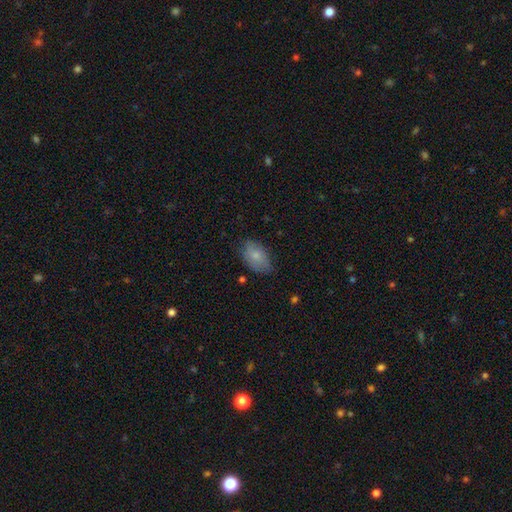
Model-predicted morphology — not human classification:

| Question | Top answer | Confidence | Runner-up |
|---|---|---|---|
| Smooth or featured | smooth | 80% | featured or disk (13%) |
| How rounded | in between | 90% | round (8%) |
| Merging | none | 72% | minor disturbance (22%) |